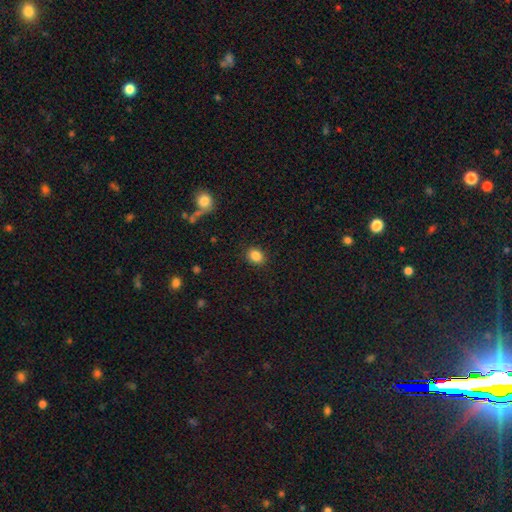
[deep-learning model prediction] smooth-or-featured: smooth: 86% | star or artifact: 10% | featured or disk: 4%
  how-rounded: round: 58% | in between: 41% | cigar-shaped: 1%
  merging: none: 89% | minor disturbance: 7% | major disturbance: 2% | merger: 1%